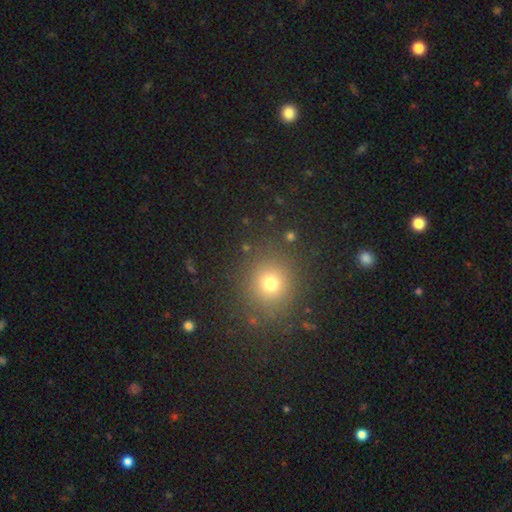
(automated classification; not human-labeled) smooth_or_featured: smooth (p=0.65) [alt: star or artifact p=0.28]
how_rounded: round (p=0.89) [alt: in between p=0.10]
merging: none (p=0.90) [alt: minor disturbance p=0.06]